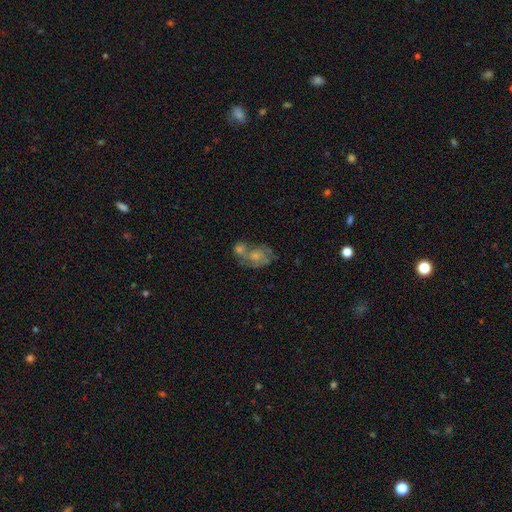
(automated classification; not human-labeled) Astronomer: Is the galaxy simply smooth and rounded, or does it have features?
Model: featured or disk — 50% (runner-up: smooth, 39%).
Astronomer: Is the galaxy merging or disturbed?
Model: merger — 53%.